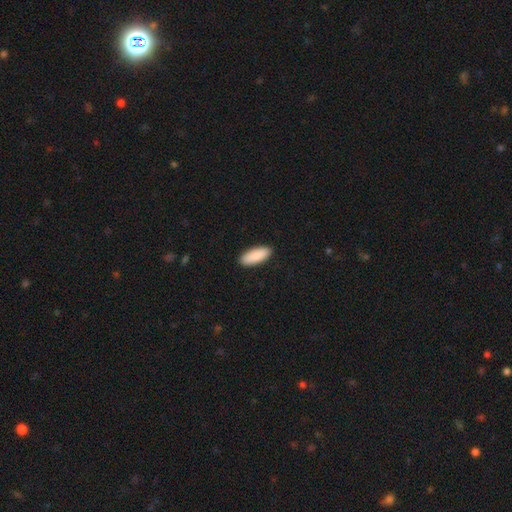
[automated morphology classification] This is clearly a smooth galaxy (91%). How rounded: likely in between (74%). Merging: clearly none (91%).